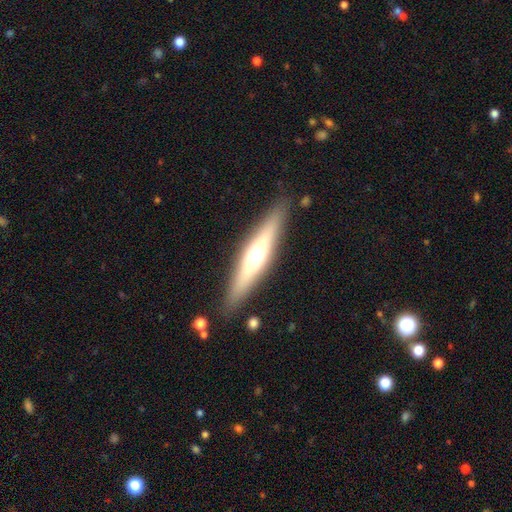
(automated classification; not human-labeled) The model was most divided on "smooth or featured": featured or disk: 54%, smooth: 40%, star or artifact: 6%. More confident: edge-on disk — yes (90%); merging — none (87%).